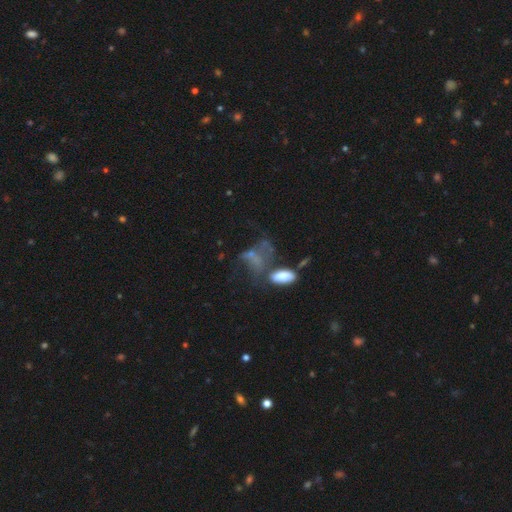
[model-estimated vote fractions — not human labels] Smooth or featured? Predicted: featured or disk (p=0.39). Merging? Predicted: merger (p=0.36).